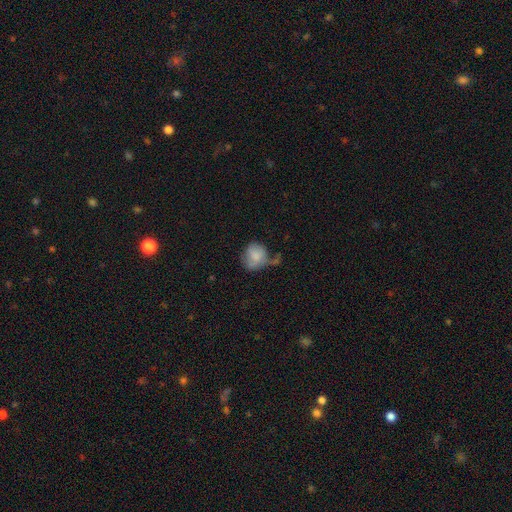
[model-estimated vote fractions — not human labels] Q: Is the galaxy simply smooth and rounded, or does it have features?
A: smooth — 76%.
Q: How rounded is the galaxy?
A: round — 70%.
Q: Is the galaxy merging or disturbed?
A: none — 37%.